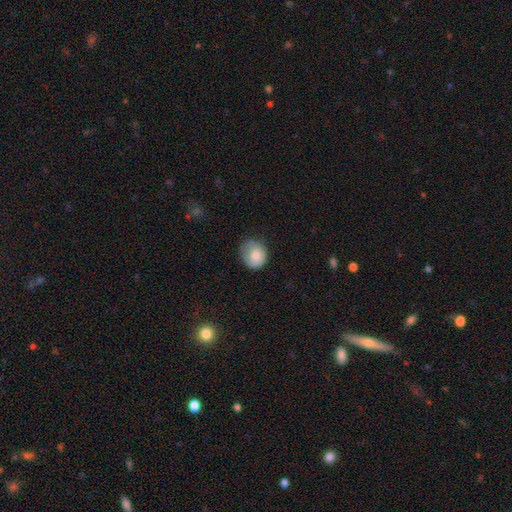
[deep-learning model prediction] Morphology: type=smooth (79%); roundness=round (67%); merging=none (55%).